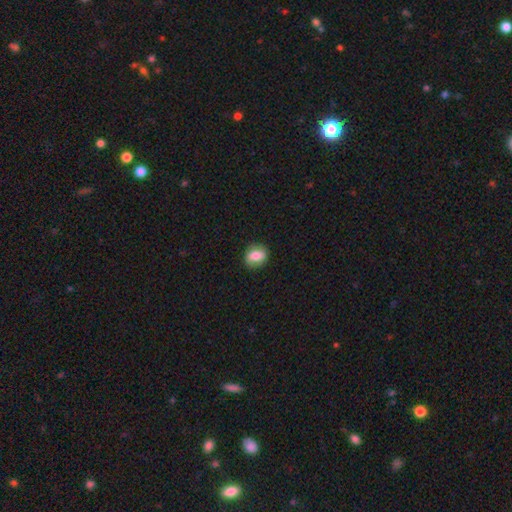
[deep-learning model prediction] Morphology: type=smooth (75%); roundness=round (50%); merging=none (85%).